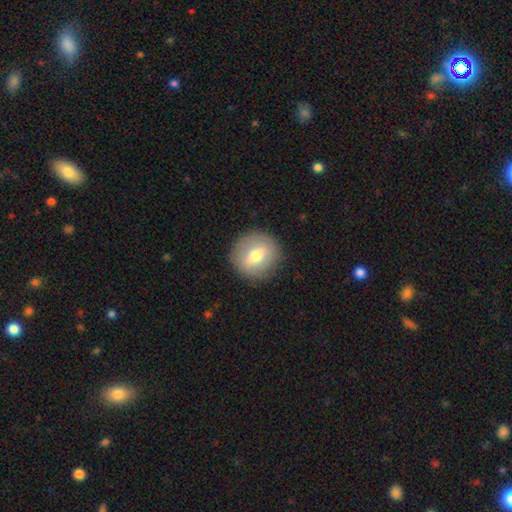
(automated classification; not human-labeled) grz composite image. It shows a smooth galaxy with no disk features (59%) that is round (88%). Merging: none (88%).